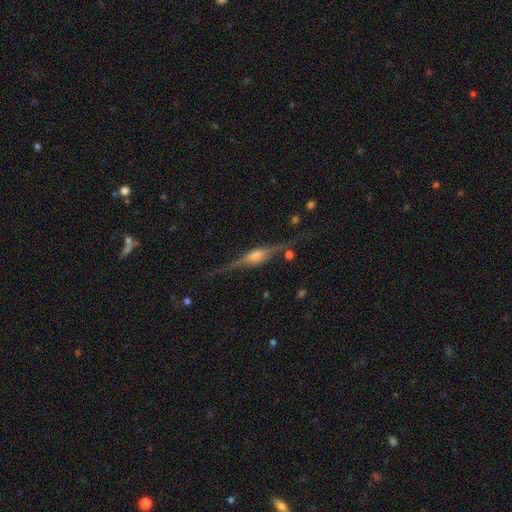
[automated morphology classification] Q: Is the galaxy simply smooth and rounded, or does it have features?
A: featured or disk — 86%.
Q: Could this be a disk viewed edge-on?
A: yes — 97%.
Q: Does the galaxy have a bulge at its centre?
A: rounded — 86%.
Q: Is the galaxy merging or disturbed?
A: none — 83%.